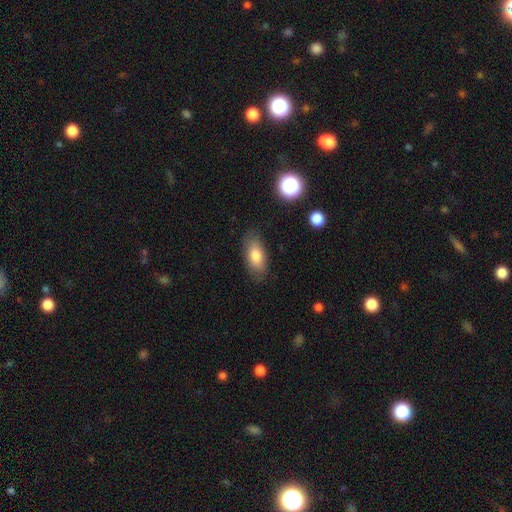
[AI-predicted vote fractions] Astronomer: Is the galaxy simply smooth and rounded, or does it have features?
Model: smooth — 80%.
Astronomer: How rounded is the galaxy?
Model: in between — 88%.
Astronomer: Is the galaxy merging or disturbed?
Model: none — 81%.